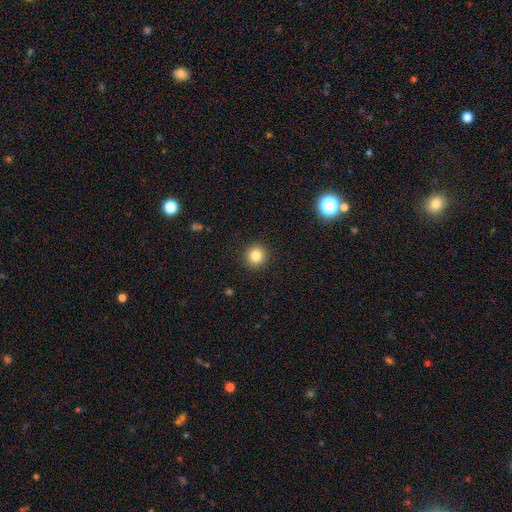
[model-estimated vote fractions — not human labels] Morphology: type=smooth (84%); roundness=round (94%); merging=none (92%).